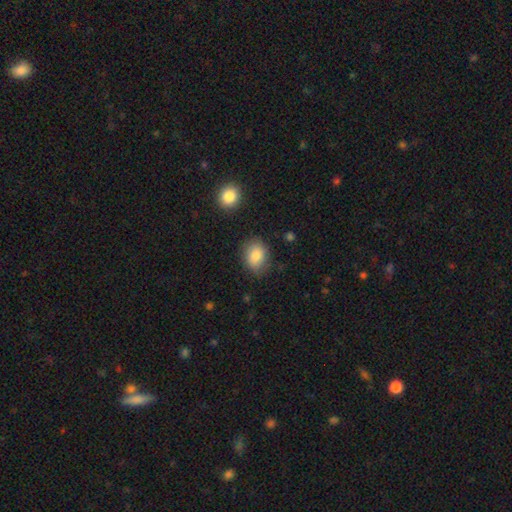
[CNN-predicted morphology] Smooth or featured?
  - smooth: 83% *
  - star or artifact: 8%
  - featured or disk: 8%
How rounded?
  - in between: 55% *
  - round: 44%
  - cigar-shaped: 1%
Merging?
  - none: 79% *
  - minor disturbance: 15%
  - major disturbance: 4%
  - merger: 2%